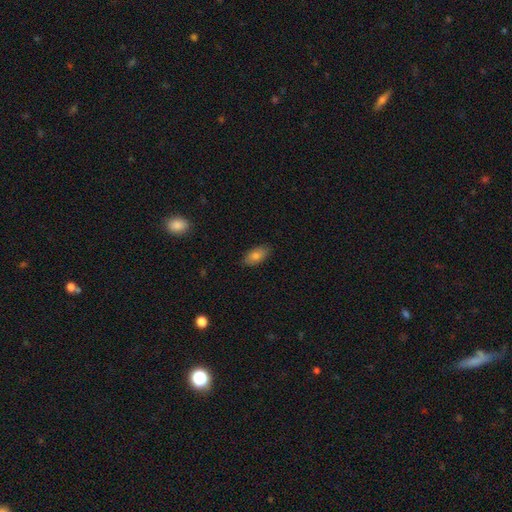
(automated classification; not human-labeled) Q: Smooth or featured?
A: smooth (79%); runner-up: featured or disk (13%)
Q: How rounded?
A: in between (91%); runner-up: cigar-shaped (6%)
Q: Merging?
A: none (87%); runner-up: minor disturbance (10%)